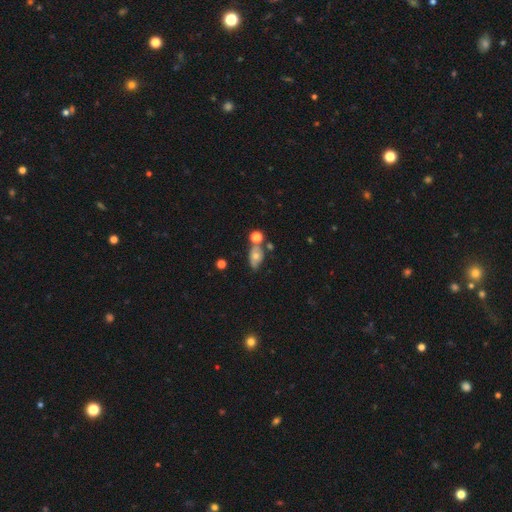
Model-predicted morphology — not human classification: Smooth or featured? smooth (54%)
How rounded? in between (76%)
Merging? none (52%)